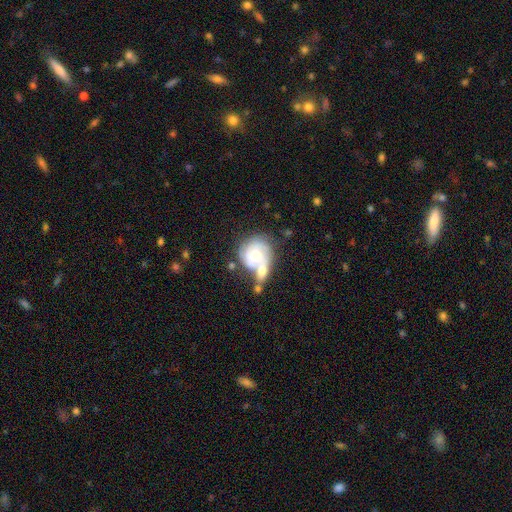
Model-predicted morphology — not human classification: Smooth or featured: featured or disk — 63% (smooth — 31%)
Edge-on disk: no — 97% (yes — 3%)
Bar: no — 78% (weak — 19%)
Spiral arms: yes — 72% (no — 28%)
Bulge size: moderate — 69% (small — 16%)
Merging: merger — 53% (none — 23%)